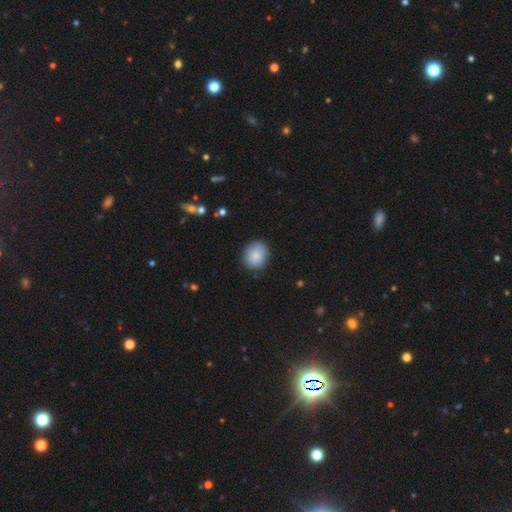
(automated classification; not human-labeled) Smooth or featured? Predicted: smooth (p=0.86). How rounded? Predicted: round (p=0.74). Merging? Predicted: none (p=0.86).